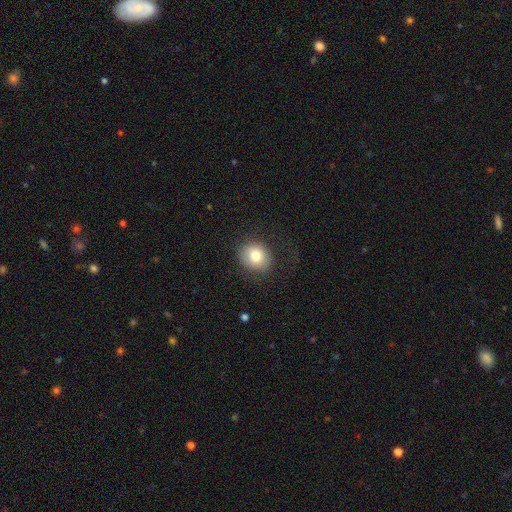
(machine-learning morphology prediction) Smooth or featured?
  - smooth: 80% *
  - featured or disk: 11%
  - star or artifact: 9%
How rounded?
  - round: 73% *
  - in between: 26%
  - cigar-shaped: 1%
Merging?
  - none: 78% *
  - minor disturbance: 14%
  - major disturbance: 7%
  - merger: 1%